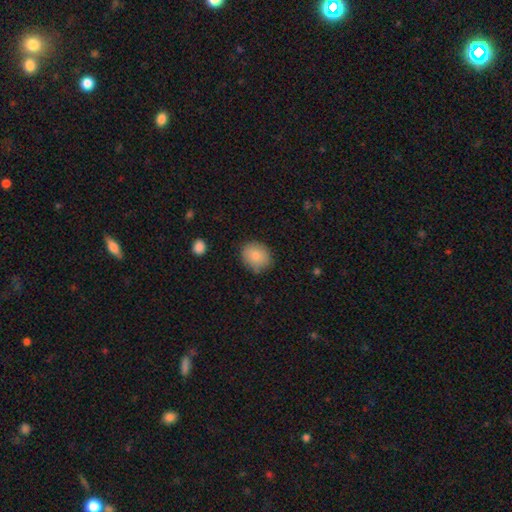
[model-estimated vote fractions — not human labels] Smooth or featured? smooth (84%)
How rounded? round (63%)
Merging? none (81%)